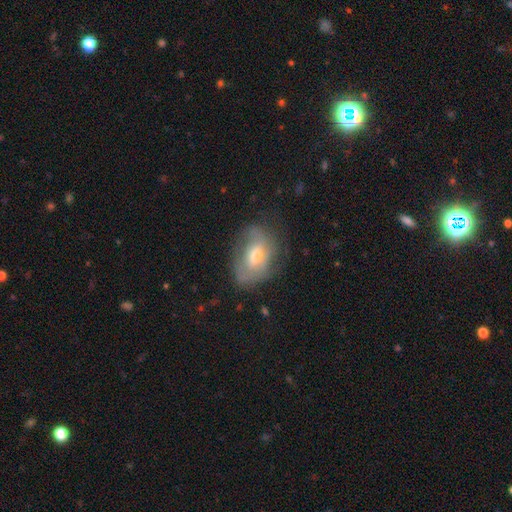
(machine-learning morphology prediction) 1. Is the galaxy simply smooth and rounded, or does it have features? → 46% smooth, 45% featured or disk, 9% star or artifact.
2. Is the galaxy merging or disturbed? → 61% none, 26% minor disturbance, 11% major disturbance, 2% merger.